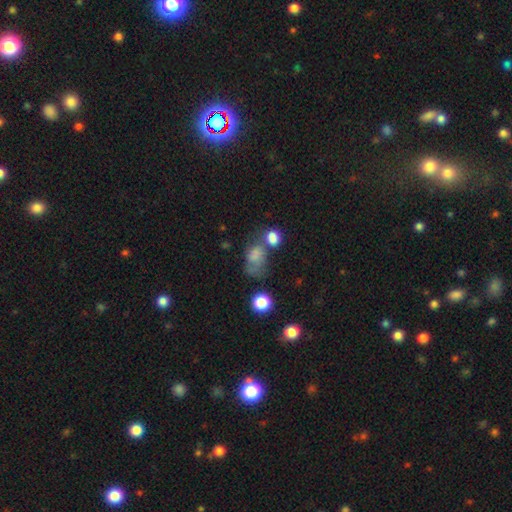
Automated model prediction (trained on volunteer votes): Smooth or featured?
  - smooth: 69% *
  - featured or disk: 16%
  - star or artifact: 15%
How rounded?
  - in between: 71% *
  - round: 27%
  - cigar-shaped: 2%
Merging?
  - merger: 28% *
  - none: 26%
  - major disturbance: 25%
  - minor disturbance: 21%